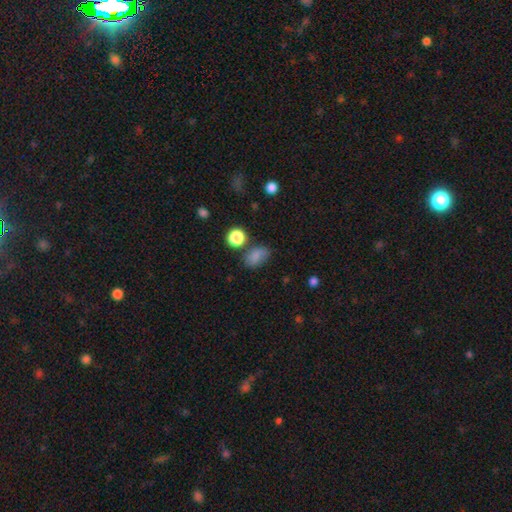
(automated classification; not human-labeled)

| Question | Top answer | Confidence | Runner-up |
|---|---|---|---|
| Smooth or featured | smooth | 78% | star or artifact (13%) |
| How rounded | in between | 78% | round (20%) |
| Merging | none | 65% | minor disturbance (21%) |